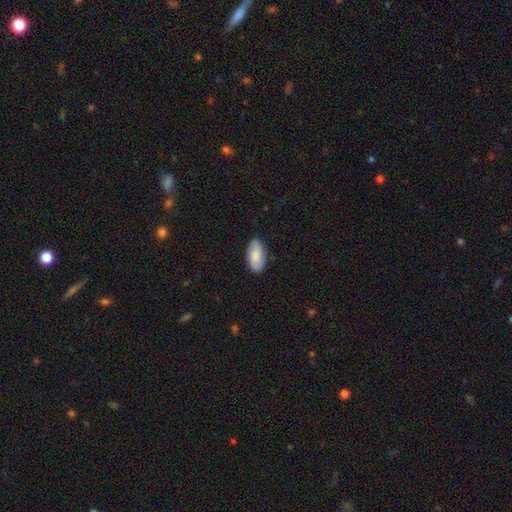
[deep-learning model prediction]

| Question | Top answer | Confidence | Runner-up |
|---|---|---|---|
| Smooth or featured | smooth | 71% | featured or disk (23%) |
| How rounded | in between | 94% | cigar-shaped (4%) |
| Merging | none | 85% | minor disturbance (11%) |